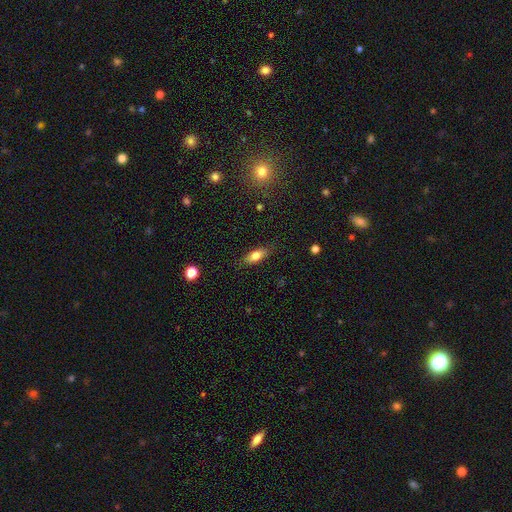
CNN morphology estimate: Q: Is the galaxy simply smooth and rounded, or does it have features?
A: smooth — 75%.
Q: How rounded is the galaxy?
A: in between — 74%.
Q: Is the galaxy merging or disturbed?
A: none — 85%.